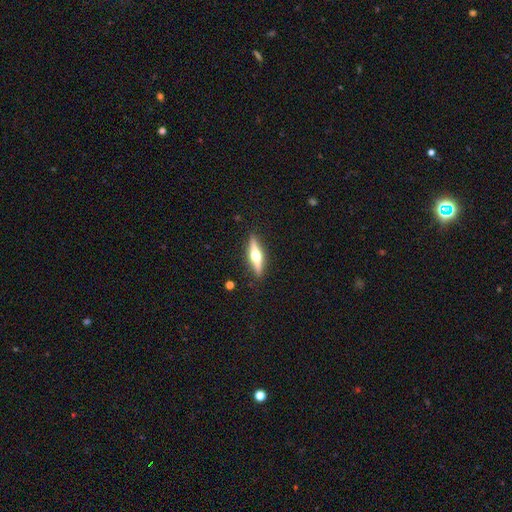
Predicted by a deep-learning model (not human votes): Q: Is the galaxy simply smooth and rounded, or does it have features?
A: featured or disk — 69%.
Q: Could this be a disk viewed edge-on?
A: yes — 97%.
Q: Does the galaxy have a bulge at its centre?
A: rounded — 96%.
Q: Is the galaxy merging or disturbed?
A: none — 90%.